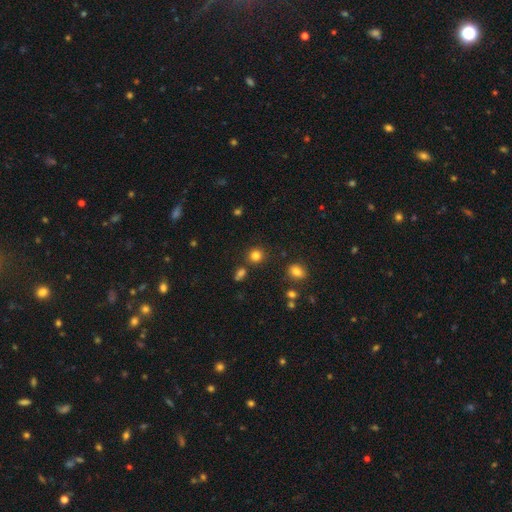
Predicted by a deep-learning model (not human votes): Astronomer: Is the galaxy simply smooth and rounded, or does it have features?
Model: smooth — 81%.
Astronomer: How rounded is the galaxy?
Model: round — 88%.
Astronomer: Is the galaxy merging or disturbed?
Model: none — 83%.